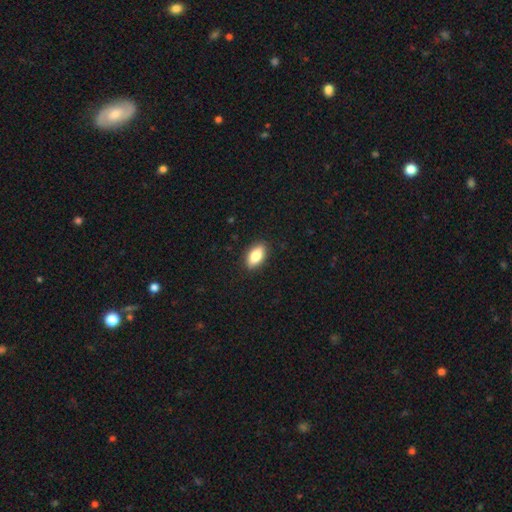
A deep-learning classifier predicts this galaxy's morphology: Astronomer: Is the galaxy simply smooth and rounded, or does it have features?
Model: smooth — 81%.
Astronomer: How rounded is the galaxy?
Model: in between — 88%.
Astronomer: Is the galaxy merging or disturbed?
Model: none — 89%.